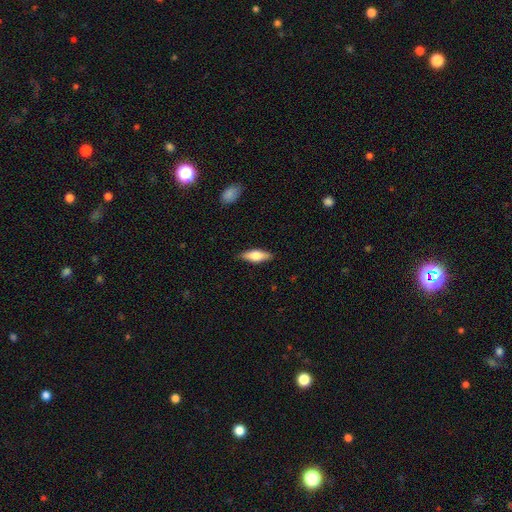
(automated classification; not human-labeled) A smooth galaxy with no disk features (61%) that is in between round and cigar-shaped (61%).

Vote fractions:
- Smooth or featured? smooth: 61% / featured or disk: 33% / star or artifact: 6%
- How rounded? in between: 61% / cigar-shaped: 37% / round: 3%
- Merging? none: 87% / minor disturbance: 10% / major disturbance: 2% / merger: 1%